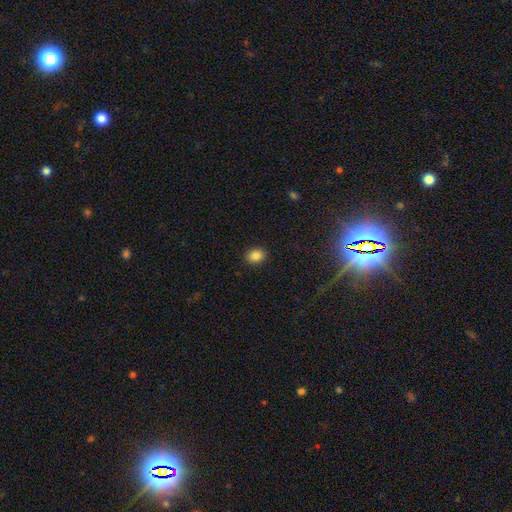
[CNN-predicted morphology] smooth_or_featured: smooth (p=0.86) [alt: star or artifact p=0.10]
how_rounded: round (p=0.50) [alt: in between p=0.49]
merging: none (p=0.90) [alt: minor disturbance p=0.07]